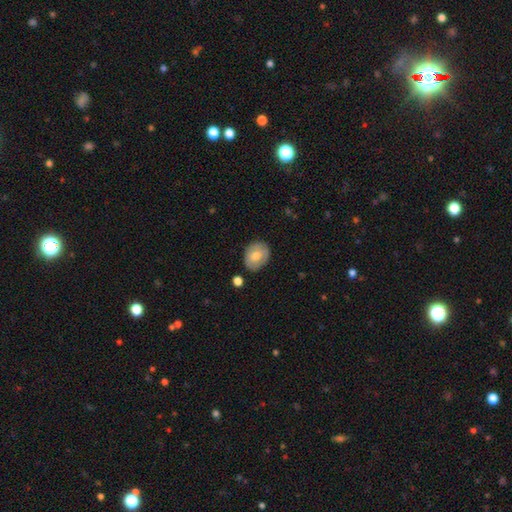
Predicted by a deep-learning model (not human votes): smooth_or_featured: smooth (p=0.71) [alt: featured or disk p=0.22]
how_rounded: in between (p=0.58) [alt: round p=0.41]
merging: none (p=0.81) [alt: minor disturbance p=0.14]